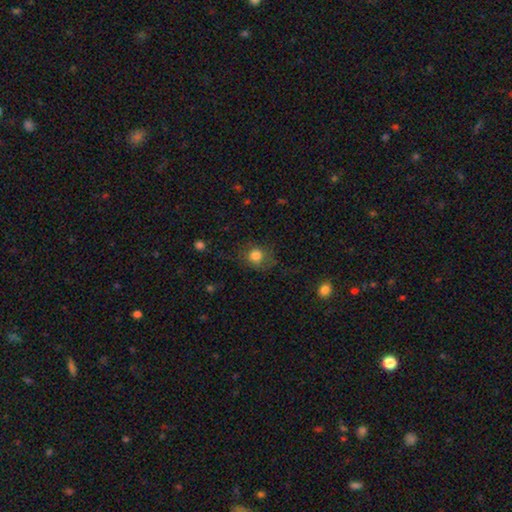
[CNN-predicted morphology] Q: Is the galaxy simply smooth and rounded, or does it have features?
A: smooth — 81%.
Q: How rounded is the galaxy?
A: round — 77%.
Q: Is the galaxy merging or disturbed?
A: none — 68%.